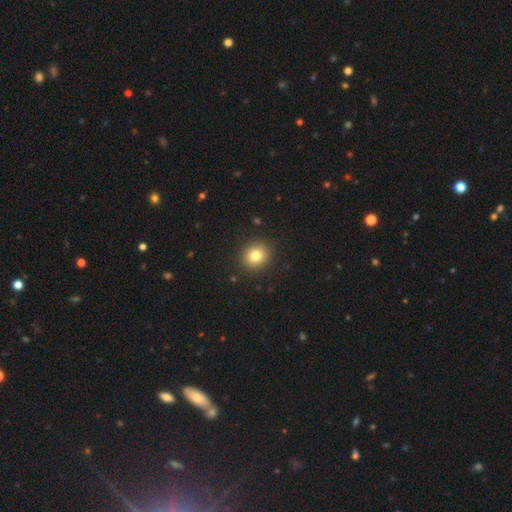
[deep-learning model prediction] smooth_or_featured: smooth (p=0.81) [alt: star or artifact p=0.11]
how_rounded: round (p=0.79) [alt: in between p=0.20]
merging: none (p=0.90) [alt: minor disturbance p=0.06]